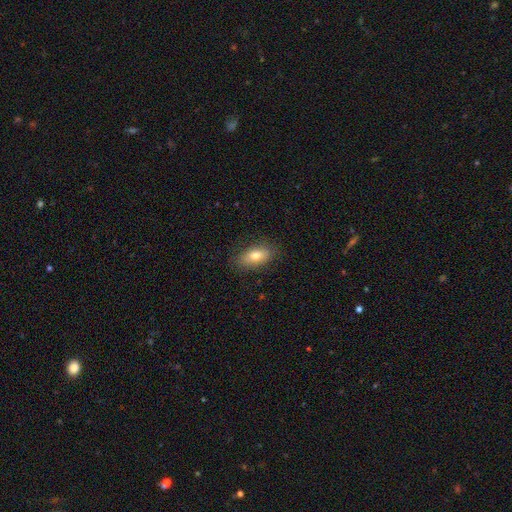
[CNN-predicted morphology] A smooth galaxy with no disk features (77%) that is in between round and cigar-shaped (88%). Merging: none (83%).